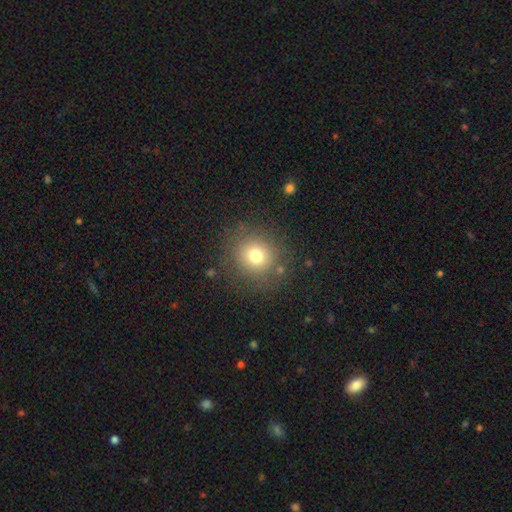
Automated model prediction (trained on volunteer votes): This is likely a smooth galaxy (75%). How rounded: clearly round (90%). Merging: clearly none (83%).